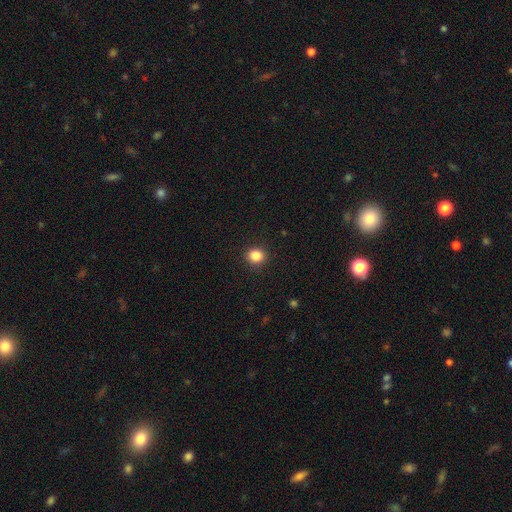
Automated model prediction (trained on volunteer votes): Smooth or featured? smooth (85%)
How rounded? round (81%)
Merging? none (91%)